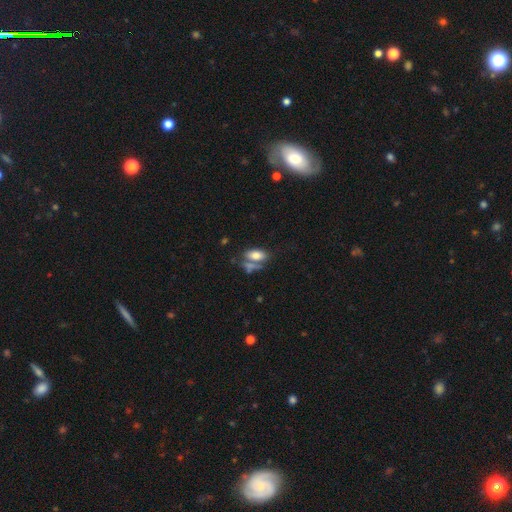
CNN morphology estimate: Smooth or featured? Predicted: smooth (p=0.75). How rounded? Predicted: in between (p=0.87). Merging? Predicted: none (p=0.48).